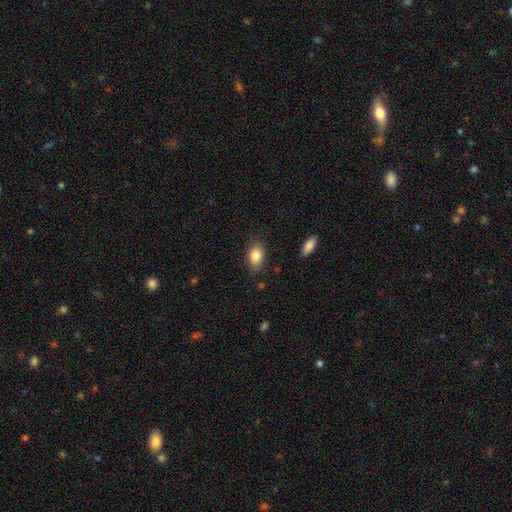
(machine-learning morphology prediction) smooth 84%, featured or disk 8%, star or artifact 8%. Down the decision tree: how rounded — in between (86%); merging — none (81%).